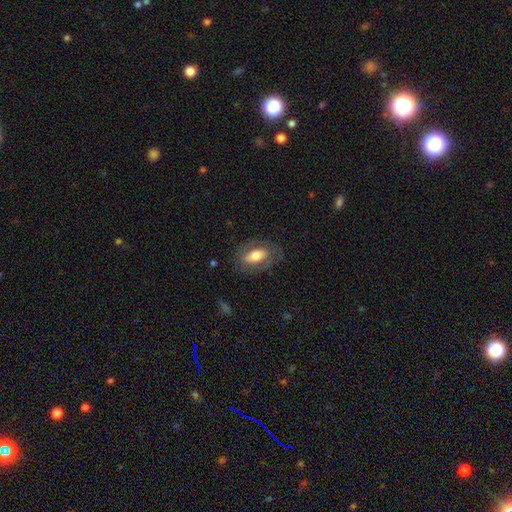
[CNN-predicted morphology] A smooth galaxy with no disk features (56%) that is in between round and cigar-shaped (88%). Merging: none (76%).